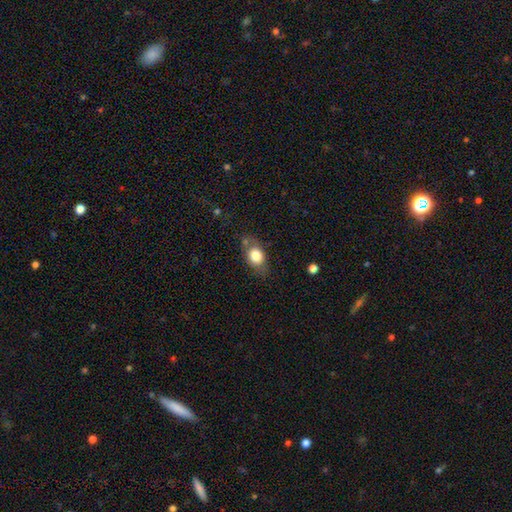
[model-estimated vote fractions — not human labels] The model was most divided on "merging": none: 66%, minor disturbance: 21%, major disturbance: 7%, merger: 6%. More confident: smooth or featured — smooth (76%); how rounded — in between (73%).